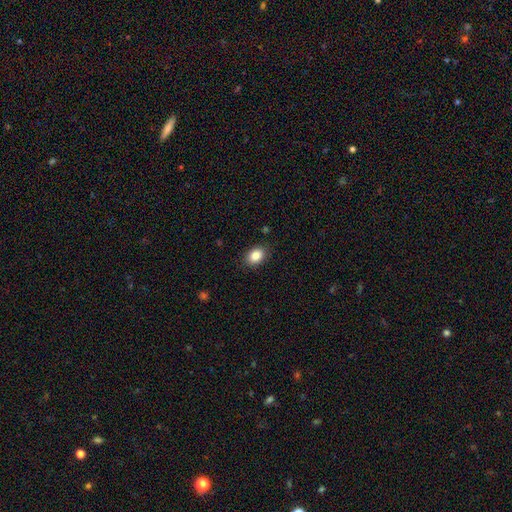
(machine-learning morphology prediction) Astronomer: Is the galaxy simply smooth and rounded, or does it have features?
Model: smooth — 86%.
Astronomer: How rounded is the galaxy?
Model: in between — 74%.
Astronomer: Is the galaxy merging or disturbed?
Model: none — 86%.